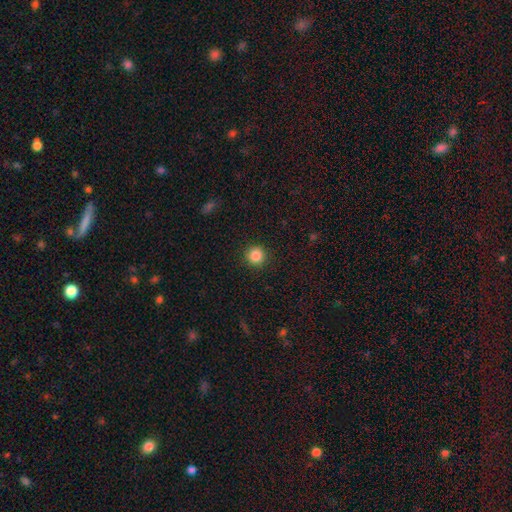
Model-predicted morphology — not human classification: Overall: smooth (86%). How rounded: round (94%). Merging: none (92%).